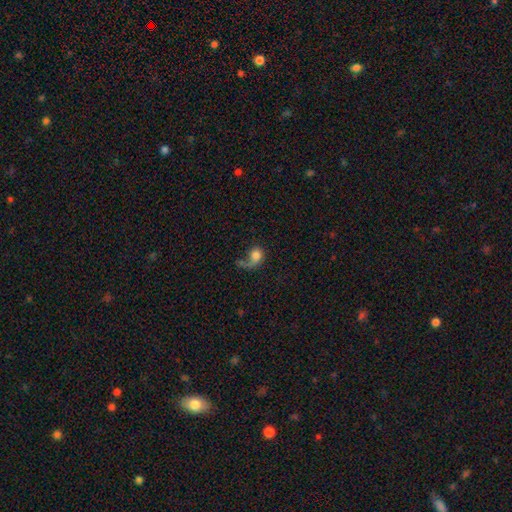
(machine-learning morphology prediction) The model was most divided on "merging": major disturbance: 44%, none: 27%, minor disturbance: 17%, merger: 12%. More confident: smooth or featured — smooth (66%); how rounded — round (61%).